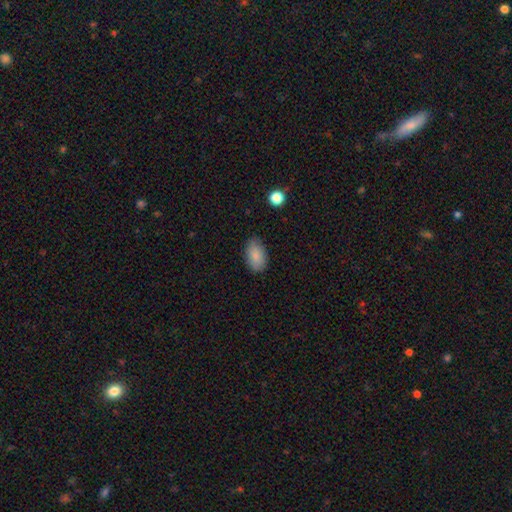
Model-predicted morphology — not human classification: This is clearly a smooth galaxy (86%). How rounded: clearly in between (91%). Merging: clearly none (80%).